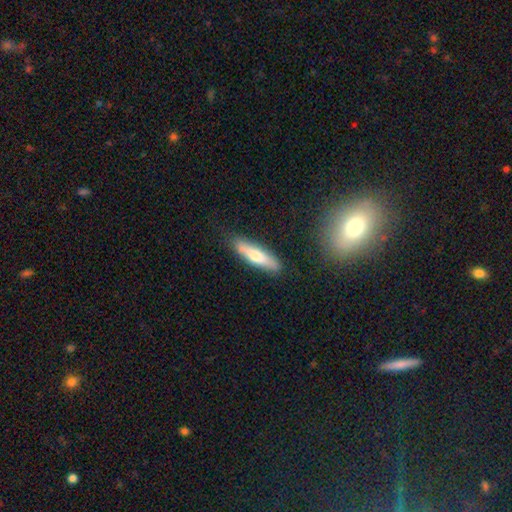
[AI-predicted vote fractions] Overall: smooth (62%; featured or disk 32%). How rounded: cigar-shaped (77%). Merging: none (77%).